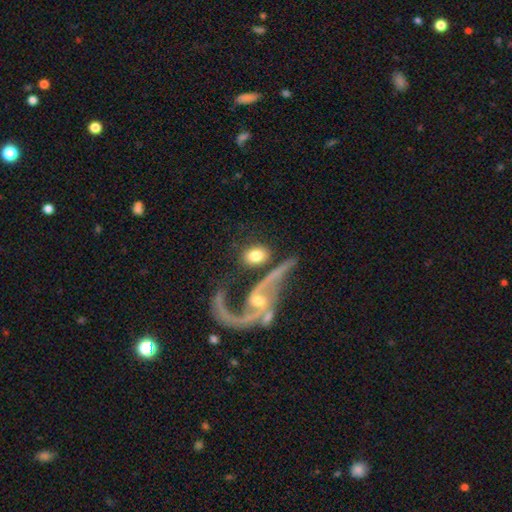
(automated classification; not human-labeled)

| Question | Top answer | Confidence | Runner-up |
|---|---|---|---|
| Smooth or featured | smooth | 65% | featured or disk (29%) |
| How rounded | in between | 64% | round (31%) |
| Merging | none | 60% | merger (18%) |